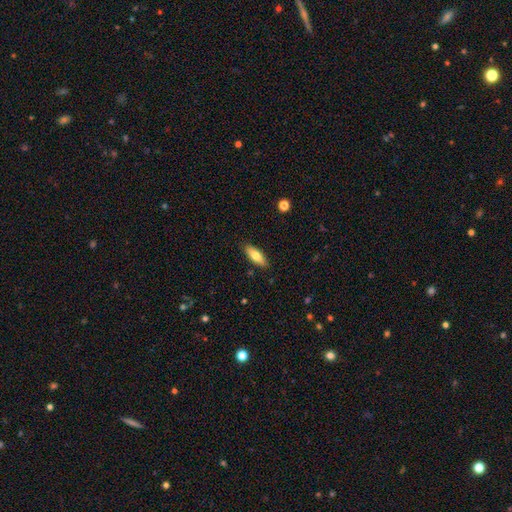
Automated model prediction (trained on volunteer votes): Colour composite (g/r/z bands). It shows a smooth galaxy with no disk features (73%) that is in between round and cigar-shaped (62%). Merging: none (88%).